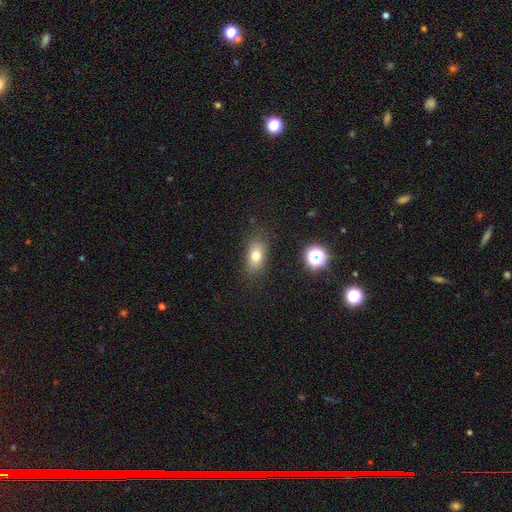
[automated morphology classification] Q: Smooth or featured?
A: smooth (76%); runner-up: featured or disk (12%)
Q: How rounded?
A: in between (81%); runner-up: round (14%)
Q: Merging?
A: none (82%); runner-up: minor disturbance (12%)